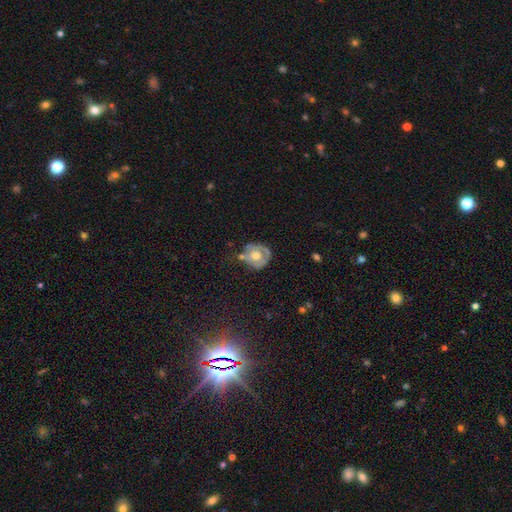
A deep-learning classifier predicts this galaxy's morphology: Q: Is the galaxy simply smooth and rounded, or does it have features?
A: featured or disk — 55%.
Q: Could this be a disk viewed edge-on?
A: no — 95%.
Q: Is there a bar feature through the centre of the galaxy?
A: no — 85%.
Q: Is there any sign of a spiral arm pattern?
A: no — 60%.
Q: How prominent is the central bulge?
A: moderate — 54%.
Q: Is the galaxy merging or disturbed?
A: none — 48%.